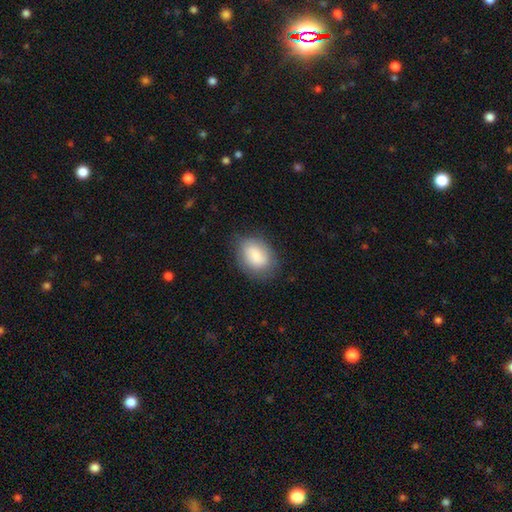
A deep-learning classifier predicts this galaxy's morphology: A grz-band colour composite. It shows a smooth galaxy with no disk features (82%) that is in between round and cigar-shaped (77%). Merging: none (76%).